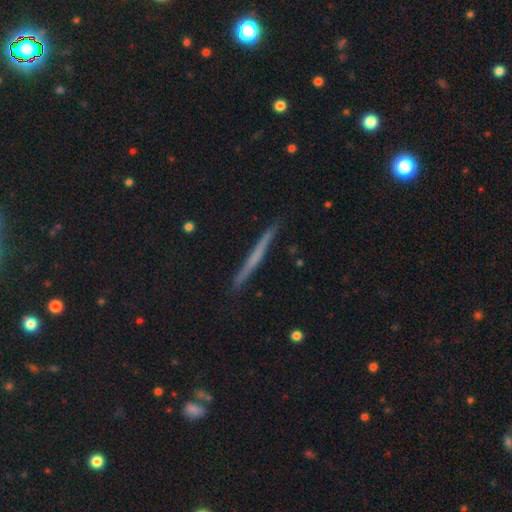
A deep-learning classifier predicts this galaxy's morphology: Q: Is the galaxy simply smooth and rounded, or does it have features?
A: featured or disk — 51%.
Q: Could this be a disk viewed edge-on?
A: yes — 97%.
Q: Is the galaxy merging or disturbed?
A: none — 90%.